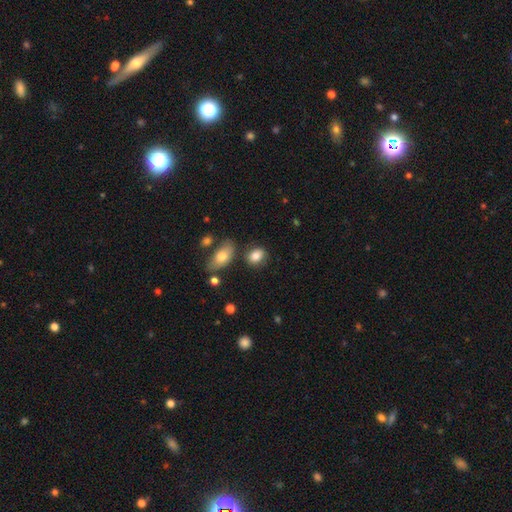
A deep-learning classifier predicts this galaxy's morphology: Smooth or featured: smooth — 83% (featured or disk — 9%)
How rounded: in between — 68% (round — 30%)
Merging: none — 74% (minor disturbance — 14%)